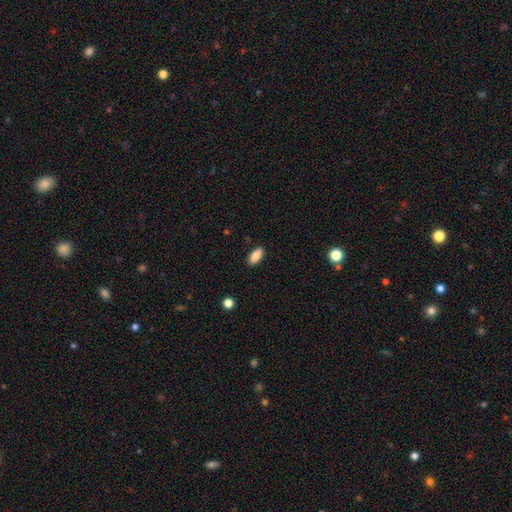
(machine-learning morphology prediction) A smooth galaxy with no disk features (86%) that is in between round and cigar-shaped (86%). Merging: none (89%).